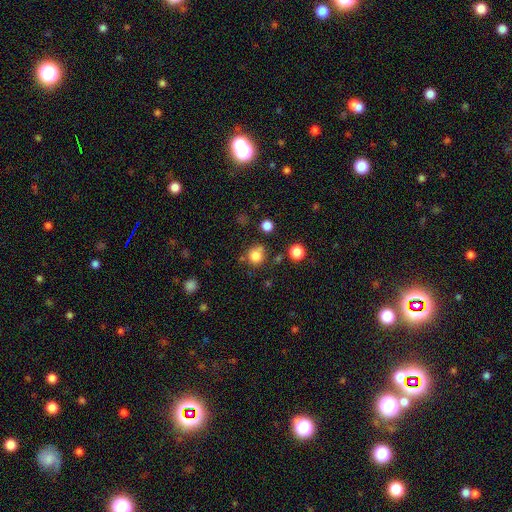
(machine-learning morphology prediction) Smooth or featured?
  - smooth: 81% *
  - star or artifact: 13%
  - featured or disk: 6%
How rounded?
  - round: 88% *
  - in between: 11%
  - cigar-shaped: 1%
Merging?
  - none: 71% *
  - minor disturbance: 15%
  - merger: 9%
  - major disturbance: 5%